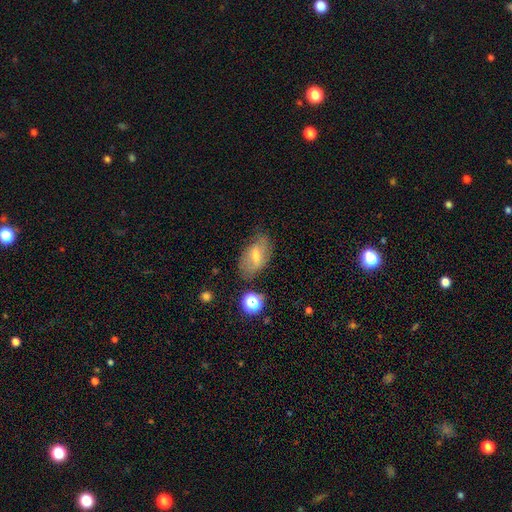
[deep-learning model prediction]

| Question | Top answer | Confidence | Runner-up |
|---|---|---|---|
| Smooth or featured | smooth | 46% | featured or disk (43%) |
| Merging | none | 67% | minor disturbance (22%) |